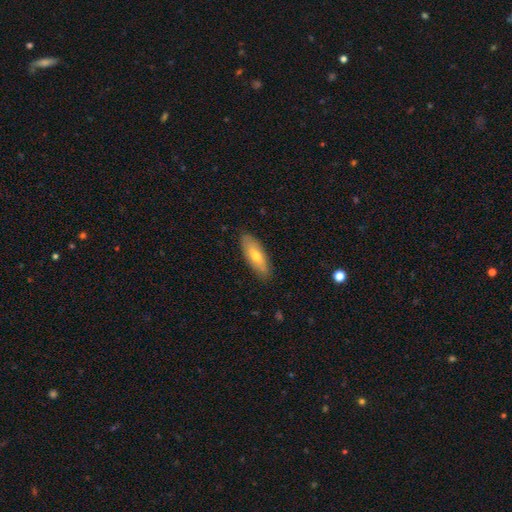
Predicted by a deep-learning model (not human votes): A smooth galaxy with no disk features (64%) that is in between round and cigar-shaped (63%). Merging: none (87%).